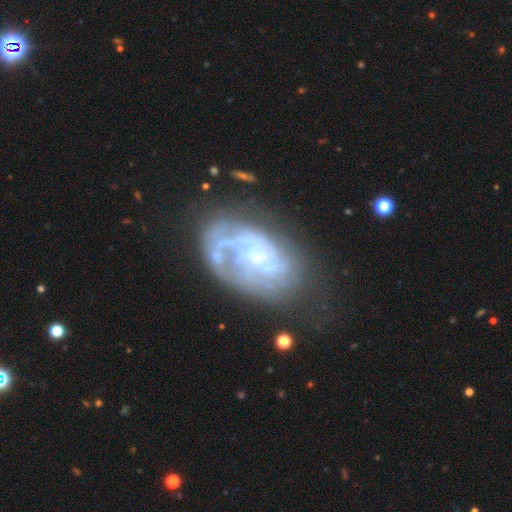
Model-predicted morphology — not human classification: This appears to be a featured or disk galaxy (80%) with no bar (73%), tight (57%) spiral arms (83%) and a small central bulge (75%). Merging: none (50%).